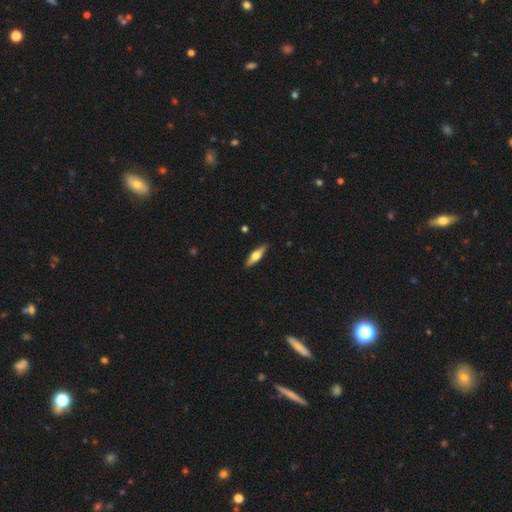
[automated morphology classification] Smooth or featured? Predicted: featured or disk (p=0.54). Edge-on disk? Predicted: yes (p=0.94). Edge-on bulge? Predicted: rounded (p=0.94). Merging? Predicted: none (p=0.90).